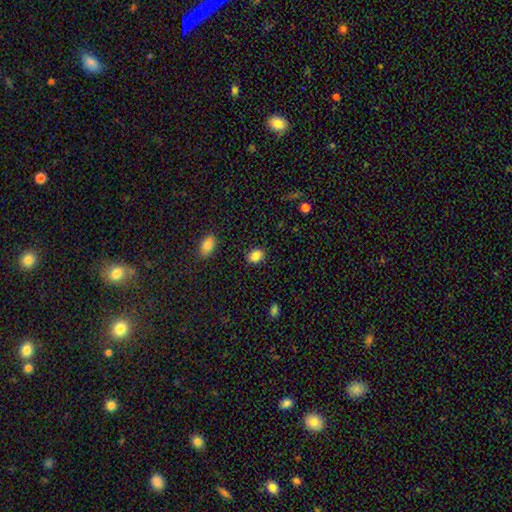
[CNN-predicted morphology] smooth 87%, star or artifact 9%, featured or disk 4%. Down the decision tree: how rounded — in between (59%); merging — none (88%).